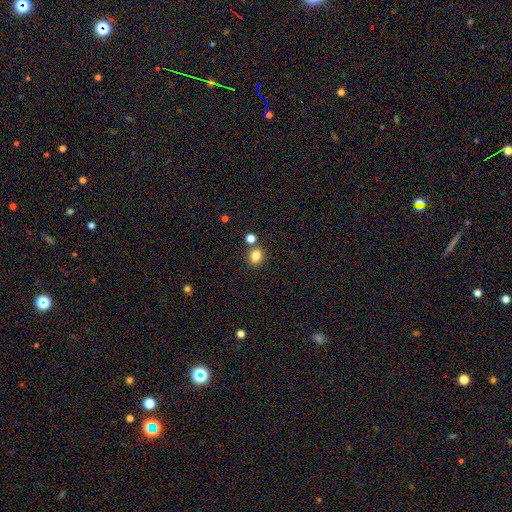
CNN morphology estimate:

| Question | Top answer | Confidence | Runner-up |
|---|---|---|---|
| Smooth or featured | smooth | 82% | star or artifact (12%) |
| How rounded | round | 72% | in between (27%) |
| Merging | none | 75% | merger (14%) |